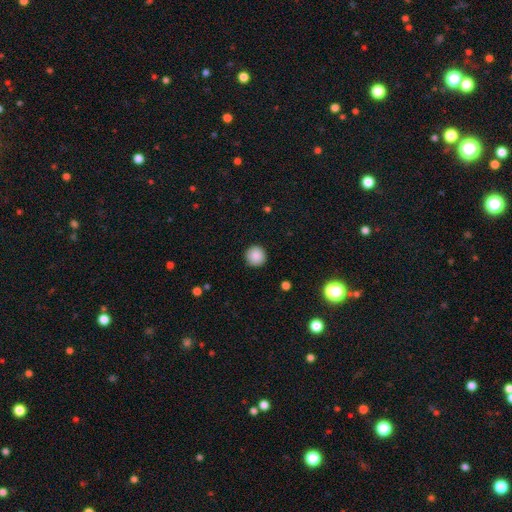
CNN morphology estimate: This appears to be a smooth galaxy with no disk features (88%) that is round (95%). Merging: none (92%).